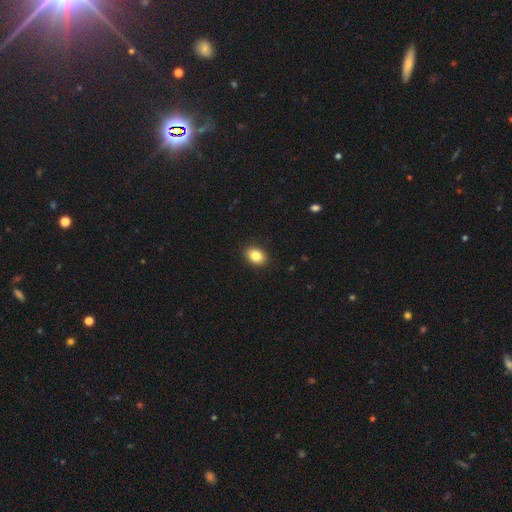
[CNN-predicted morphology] smooth_or_featured: smooth (p=0.84) [alt: star or artifact p=0.09]
how_rounded: in between (p=0.69) [alt: round p=0.30]
merging: none (p=0.91) [alt: minor disturbance p=0.06]